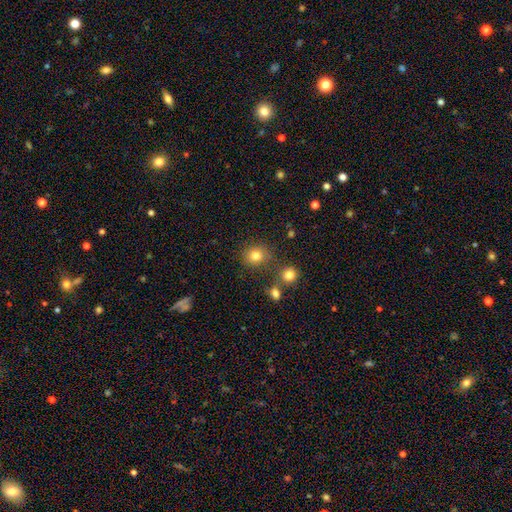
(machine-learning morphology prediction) Smooth or featured? Predicted: smooth (p=0.80). How rounded? Predicted: round (p=0.85). Merging? Predicted: none (p=0.77).